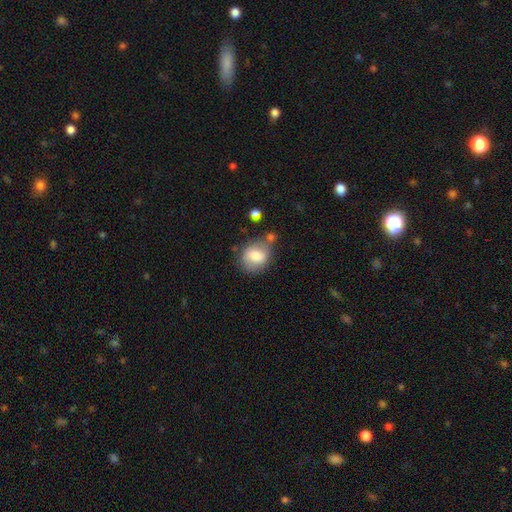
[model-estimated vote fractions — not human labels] Smooth or featured: smooth — 72% (featured or disk — 20%)
How rounded: round — 61% (in between — 38%)
Merging: none — 59% (minor disturbance — 22%)